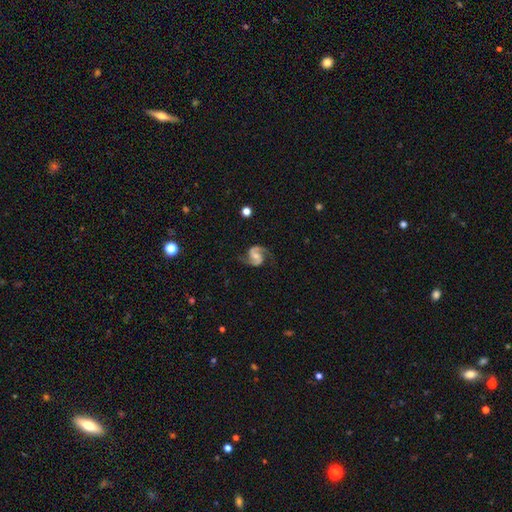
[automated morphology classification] A featured or disk galaxy (91%) with a weak bar (44%), 2 (94%) medium (59%) spiral arms (98%) and a small central bulge (48%). Merging: none (81%).